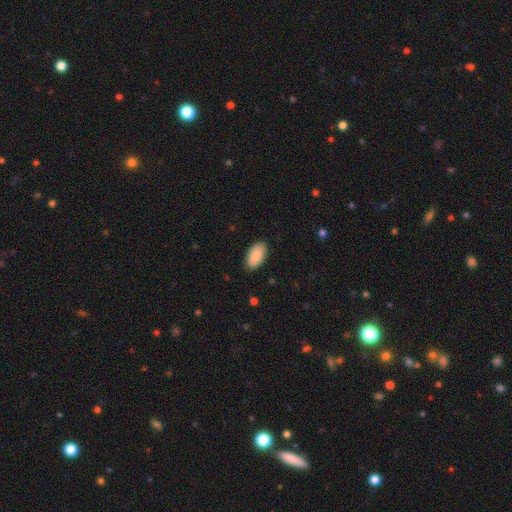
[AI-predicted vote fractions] This is clearly a smooth galaxy (88%). How rounded: clearly in between (95%). Merging: clearly none (87%).